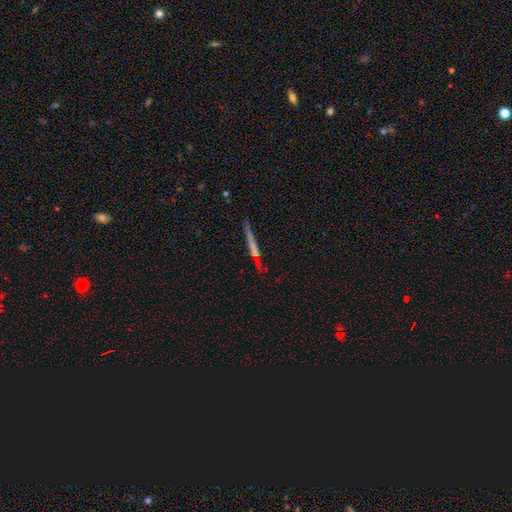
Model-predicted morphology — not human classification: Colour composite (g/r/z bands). It shows a featured or disk galaxy (54%) viewed edge-on (95%) with no central bulge (69%). Merging: none (82%).